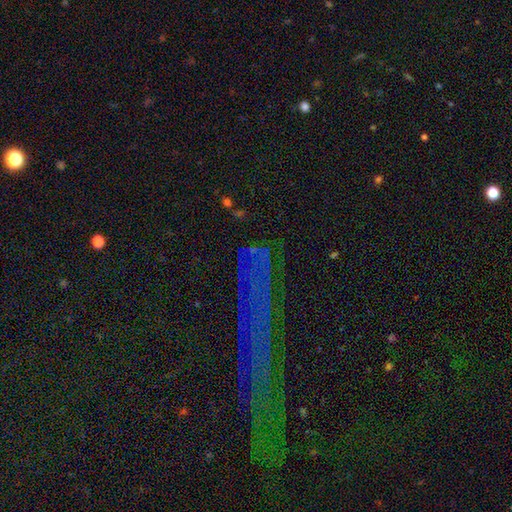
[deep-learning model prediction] This is likely a star or artifact rather than a galaxy (74%).